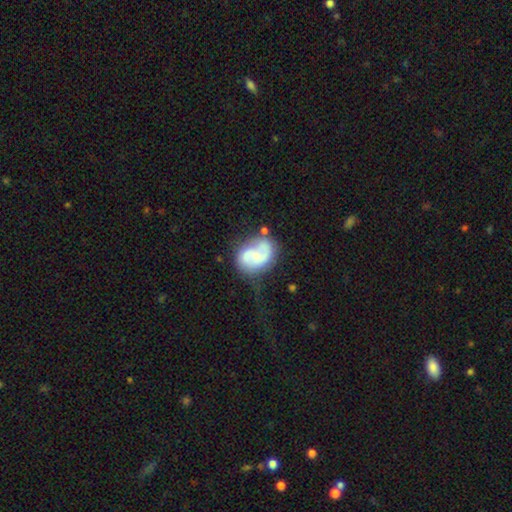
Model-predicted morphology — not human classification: smooth_or_featured: featured or disk (p=0.64) [alt: smooth p=0.29]
disk_edge_on: no (p=0.98) [alt: yes p=0.02]
bar: no (p=0.55) [alt: weak p=0.35]
has_spiral_arms: yes (p=0.83) [alt: no p=0.17]
spiral_winding: medium (p=0.44) [alt: loose p=0.35]
spiral_arm_count: 2 (p=0.77) [alt: 1 p=0.10]
bulge_size: small (p=0.45) [alt: moderate p=0.27]
merging: none (p=0.46) [alt: minor disturbance p=0.25]